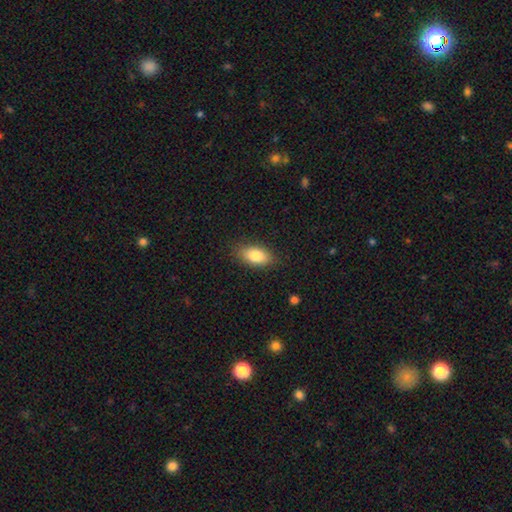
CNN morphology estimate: This is clearly a smooth galaxy (83%). How rounded: clearly in between (89%). Merging: clearly none (86%).